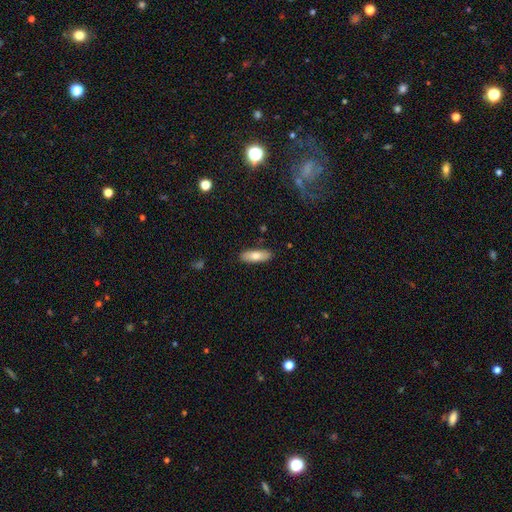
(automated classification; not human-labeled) This appears to be a smooth galaxy with no disk features (75%) that is in between round and cigar-shaped (64%). Merging: none (87%).